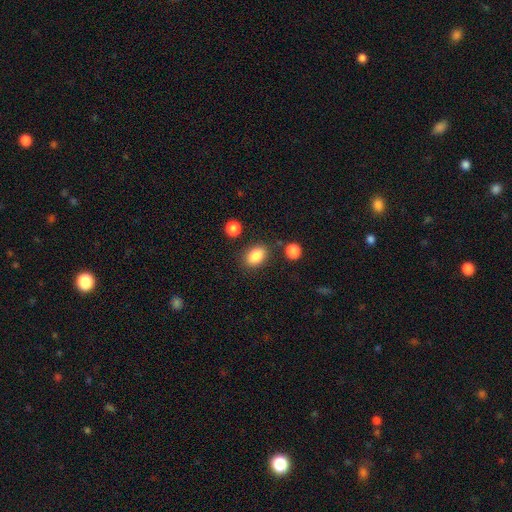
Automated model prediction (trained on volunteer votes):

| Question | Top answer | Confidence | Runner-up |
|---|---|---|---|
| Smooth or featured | smooth | 86% | star or artifact (9%) |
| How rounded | in between | 82% | round (17%) |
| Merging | none | 81% | minor disturbance (11%) |